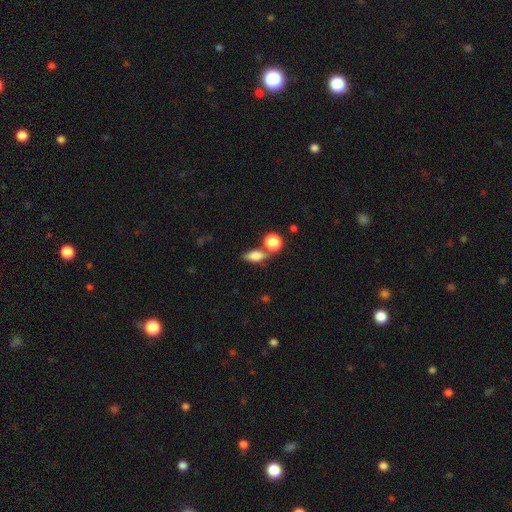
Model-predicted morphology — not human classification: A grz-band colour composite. It shows a smooth galaxy with no disk features (75%) that is in between round and cigar-shaped (71%). Merging: none (58%).